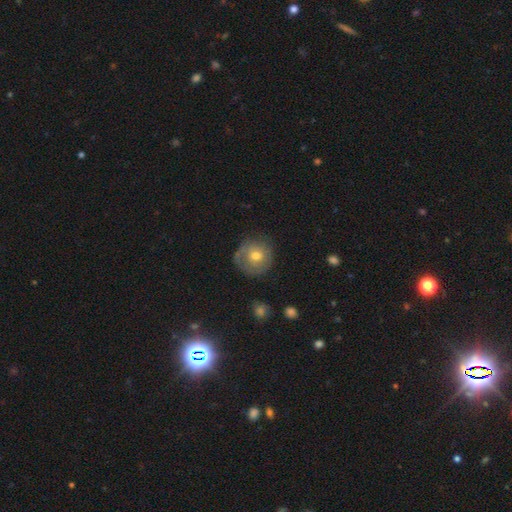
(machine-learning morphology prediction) The model was most divided on "smooth or featured": smooth: 59%, featured or disk: 33%, star or artifact: 8%. More confident: how rounded — round (90%); merging — none (69%).